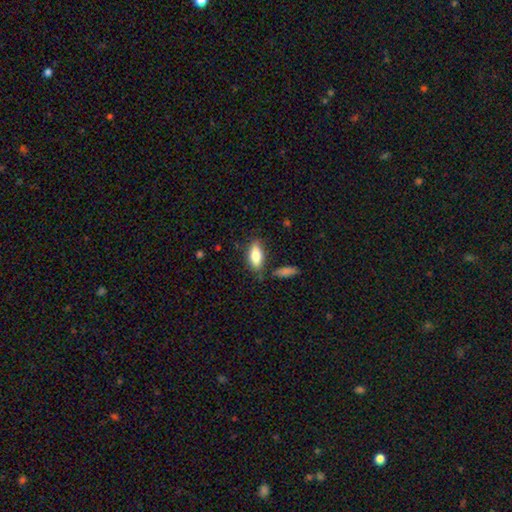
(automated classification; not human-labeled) Smooth or featured? Predicted: smooth (p=0.77). How rounded? Predicted: in between (p=0.81). Merging? Predicted: none (p=0.72).